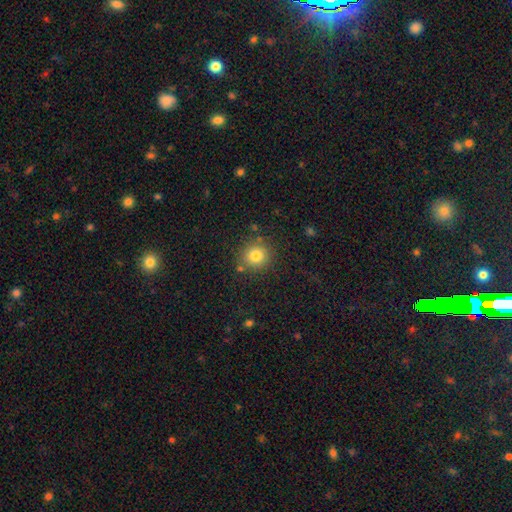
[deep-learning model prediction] Smooth or featured?
  - smooth: 80% *
  - star or artifact: 13%
  - featured or disk: 8%
How rounded?
  - round: 91% *
  - in between: 8%
  - cigar-shaped: 1%
Merging?
  - none: 83% *
  - minor disturbance: 9%
  - merger: 5%
  - major disturbance: 3%